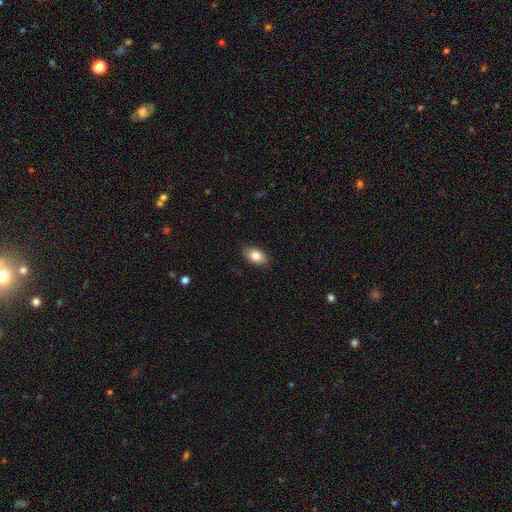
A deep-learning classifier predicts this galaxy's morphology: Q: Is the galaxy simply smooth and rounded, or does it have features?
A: smooth — 85%.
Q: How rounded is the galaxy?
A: in between — 92%.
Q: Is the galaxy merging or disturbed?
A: none — 87%.